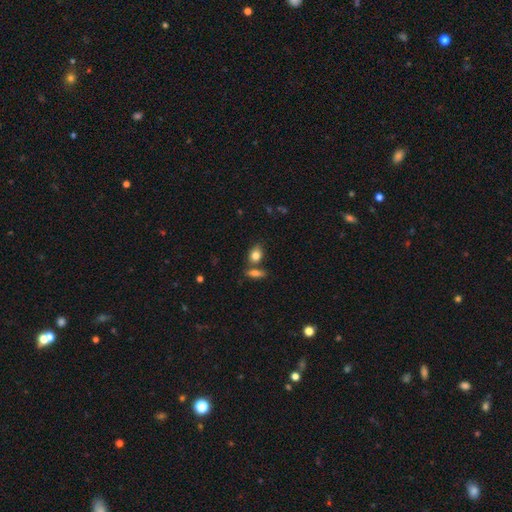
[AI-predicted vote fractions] Smooth or featured? smooth (82%)
How rounded? in between (75%)
Merging? none (61%)